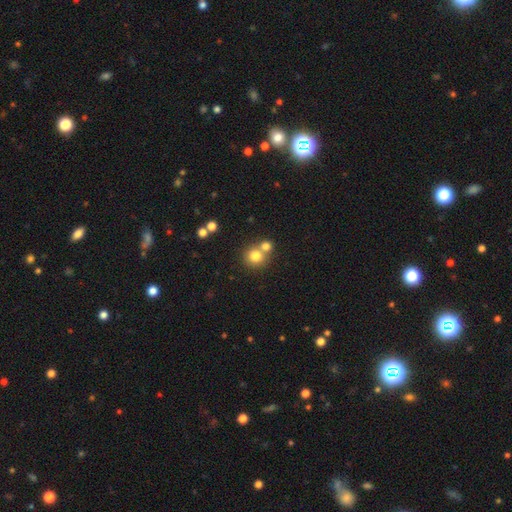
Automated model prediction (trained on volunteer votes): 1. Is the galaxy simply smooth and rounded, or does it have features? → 78% smooth, 12% star or artifact, 10% featured or disk.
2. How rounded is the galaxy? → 88% round, 11% in between, 1% cigar-shaped.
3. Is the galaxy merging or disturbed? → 51% none, 40% merger, 6% minor disturbance, 3% major disturbance.